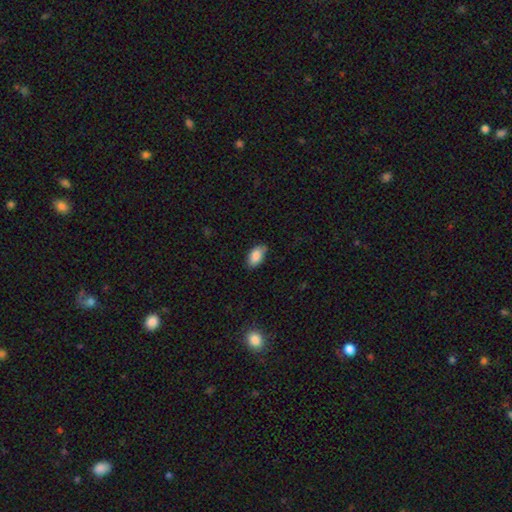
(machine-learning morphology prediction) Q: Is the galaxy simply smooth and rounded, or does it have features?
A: smooth — 85%.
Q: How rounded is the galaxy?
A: in between — 93%.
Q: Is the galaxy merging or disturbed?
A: none — 77%.